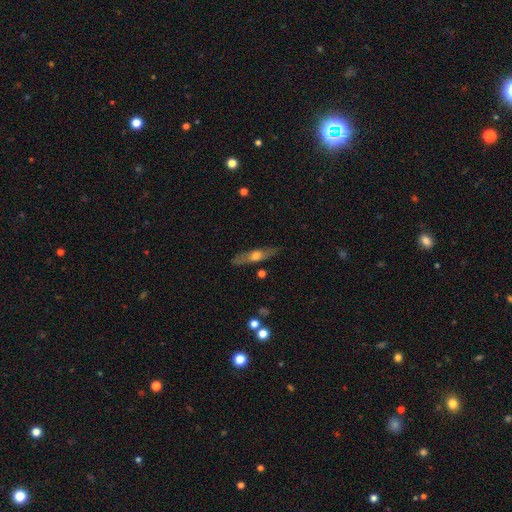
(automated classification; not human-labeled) Overall: featured or disk (54%; smooth 40%). Edge-on disk: yes (81%). Merging: none (82%).